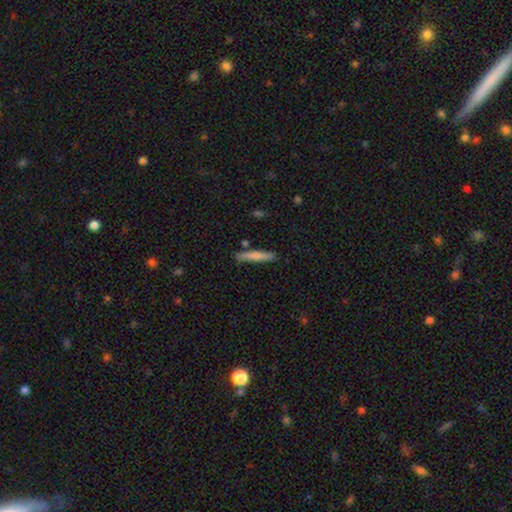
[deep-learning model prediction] smooth 75%, featured or disk 19%, star or artifact 6%. Down the decision tree: how rounded — cigar-shaped (92%); merging — none (83%).